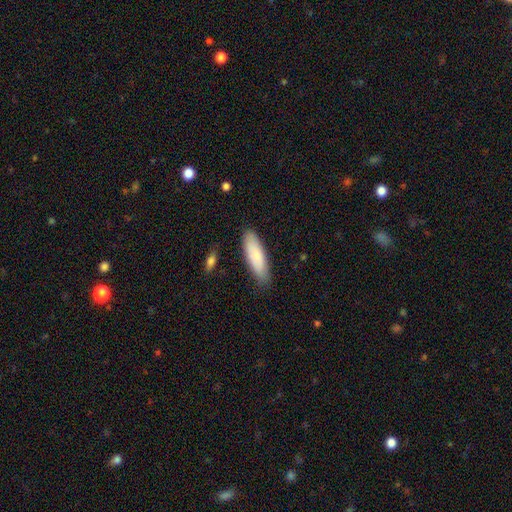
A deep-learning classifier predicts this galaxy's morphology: smooth 82%, featured or disk 13%, star or artifact 5%. Down the decision tree: how rounded — in between (52%); merging — none (84%).